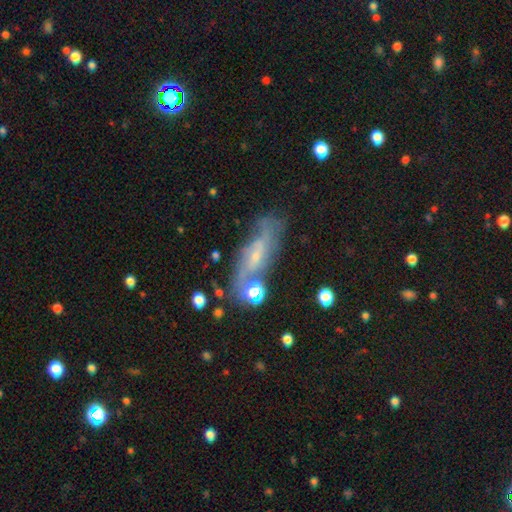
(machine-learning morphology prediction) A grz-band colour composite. It shows a featured or disk galaxy (63%). Merging: none (57%).